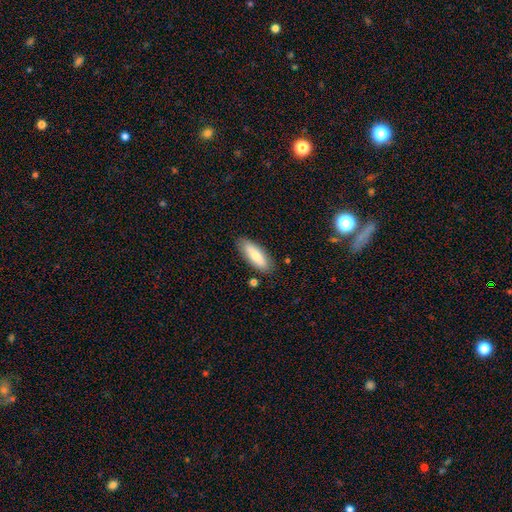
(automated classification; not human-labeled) Overall: smooth (79%). How rounded: in between (62%; cigar-shaped 36%). Merging: none (84%).